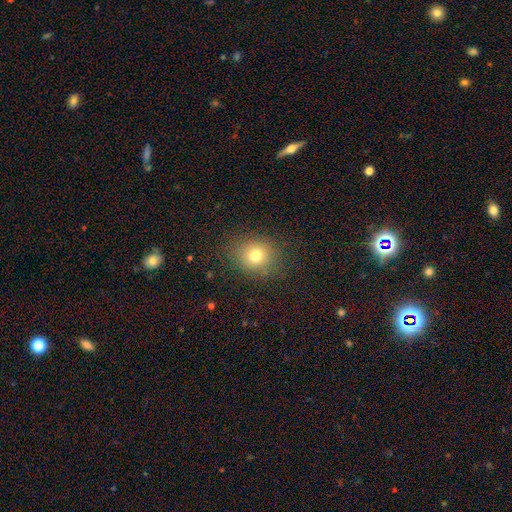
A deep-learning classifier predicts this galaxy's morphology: Smooth or featured? smooth (75%)
How rounded? round (73%)
Merging? none (84%)